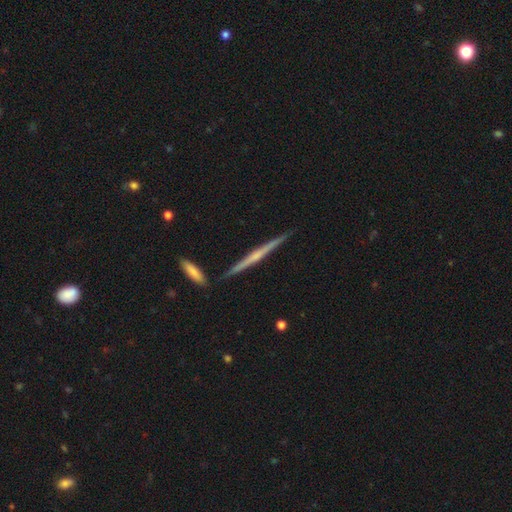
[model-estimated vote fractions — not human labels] Smooth or featured: featured or disk — 71% (smooth — 23%)
Edge-on disk: yes — 98% (no — 2%)
Edge-on bulge: rounded — 47% (none — 43%)
Merging: none — 89% (minor disturbance — 7%)